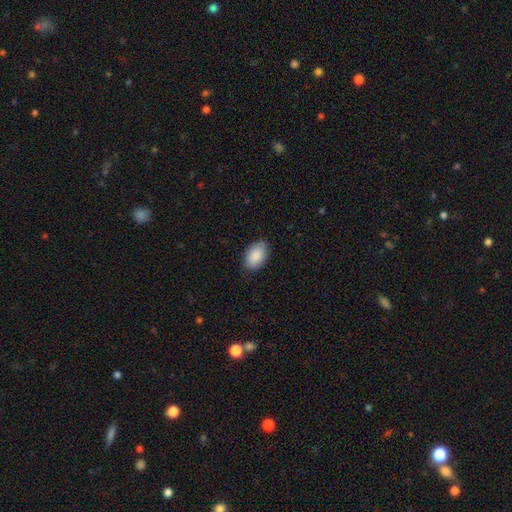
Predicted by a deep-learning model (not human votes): This is clearly a smooth galaxy (90%). How rounded: clearly in between (92%). Merging: clearly none (84%).